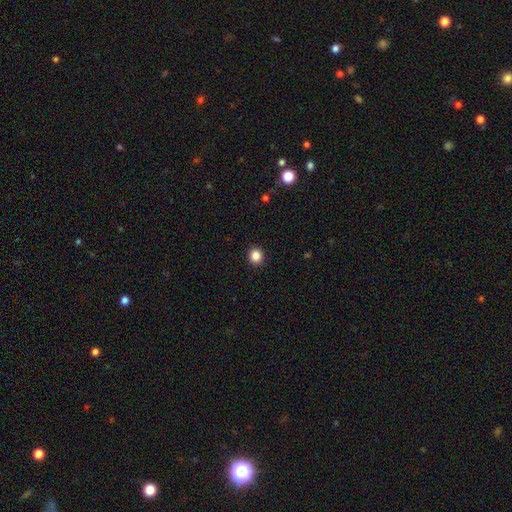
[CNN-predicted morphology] type=smooth (85%); roundness=round (90%); merging=none (93%).